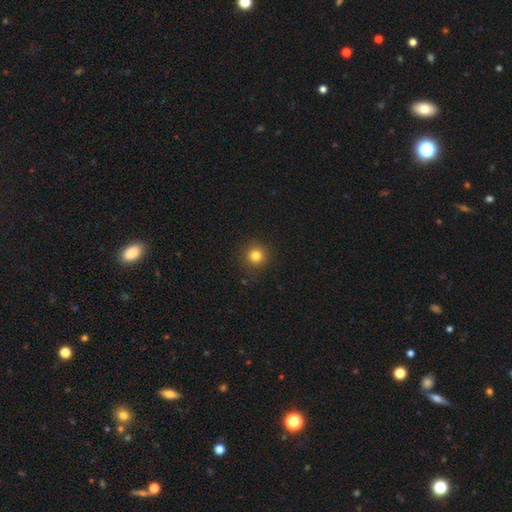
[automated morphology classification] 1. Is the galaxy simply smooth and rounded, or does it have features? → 81% smooth, 13% star or artifact, 5% featured or disk.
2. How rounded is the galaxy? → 94% round, 5% in between, 1% cigar-shaped.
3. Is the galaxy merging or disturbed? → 90% none, 7% minor disturbance, 2% major disturbance, 1% merger.